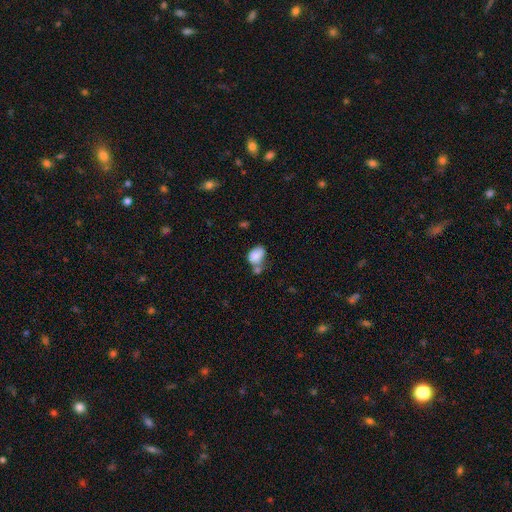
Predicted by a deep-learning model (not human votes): Smooth or featured? Predicted: smooth (p=0.84). How rounded? Predicted: in between (p=0.82). Merging? Predicted: merger (p=0.35).